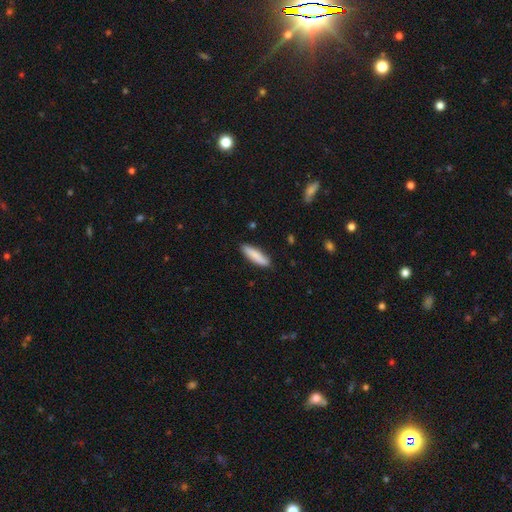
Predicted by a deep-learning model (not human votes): This is clearly a smooth galaxy (85%). How rounded: likely cigar-shaped (76%). Merging: clearly none (88%).